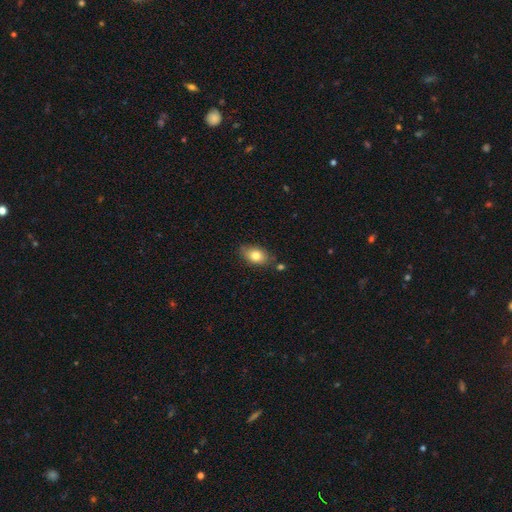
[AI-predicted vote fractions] Smooth or featured?
  - smooth: 80% *
  - featured or disk: 13%
  - star or artifact: 8%
How rounded?
  - in between: 84% *
  - round: 13%
  - cigar-shaped: 2%
Merging?
  - none: 73% *
  - minor disturbance: 18%
  - merger: 6%
  - major disturbance: 3%